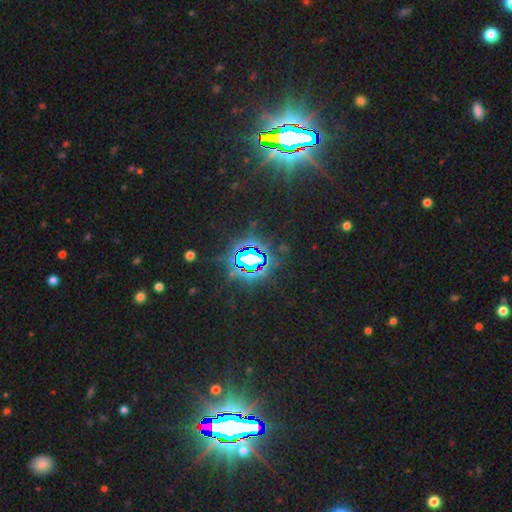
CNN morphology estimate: A star or artifact, not a galaxy (81%).